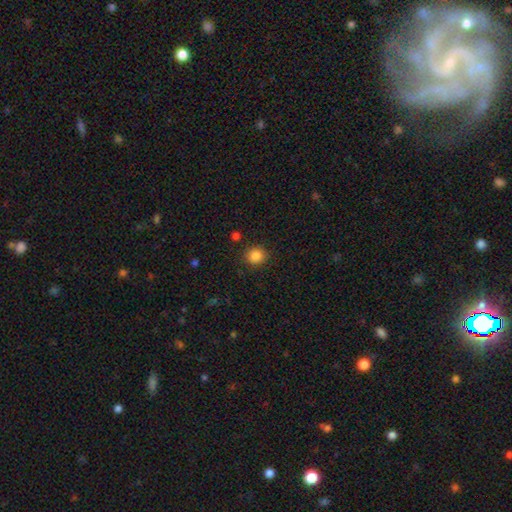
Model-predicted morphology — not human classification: Smooth or featured? smooth (85%)
How rounded? round (82%)
Merging? none (87%)